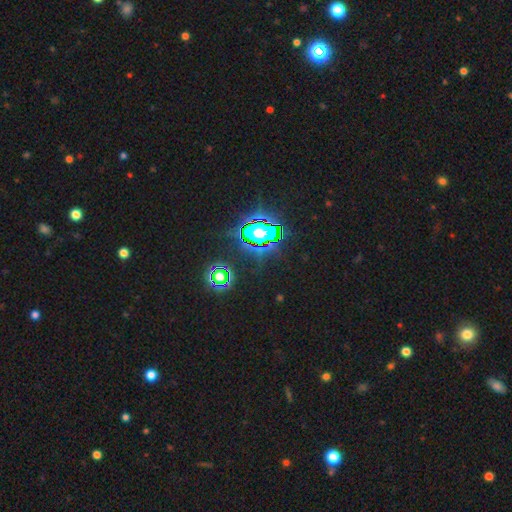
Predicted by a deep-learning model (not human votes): smooth_or_featured: star or artifact (p=0.82) [alt: smooth p=0.11]